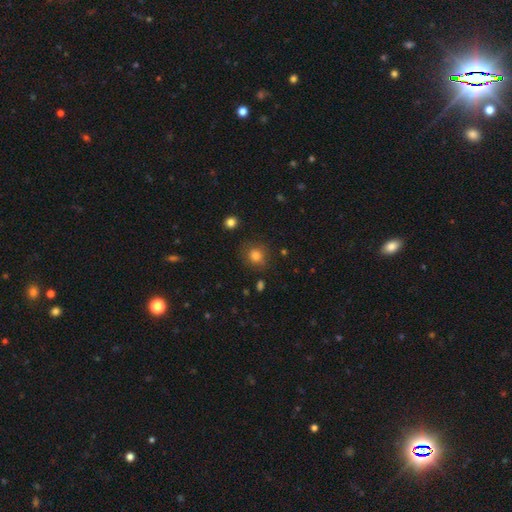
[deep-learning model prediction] Q: Smooth or featured?
A: smooth (80%); runner-up: star or artifact (12%)
Q: How rounded?
A: round (81%); runner-up: in between (18%)
Q: Merging?
A: none (75%); runner-up: minor disturbance (17%)